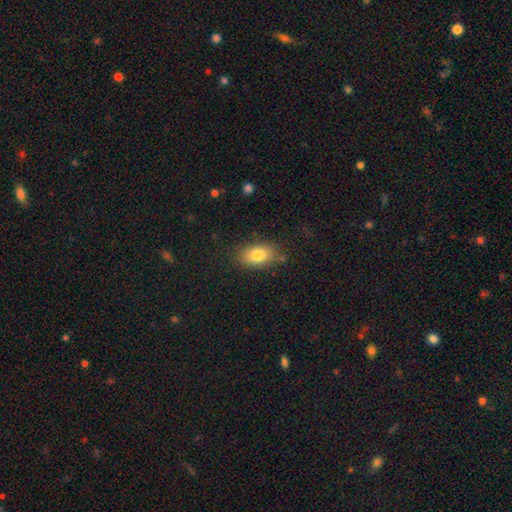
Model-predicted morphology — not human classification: Smooth or featured? Predicted: smooth (p=0.81). How rounded? Predicted: in between (p=0.88). Merging? Predicted: none (p=0.80).